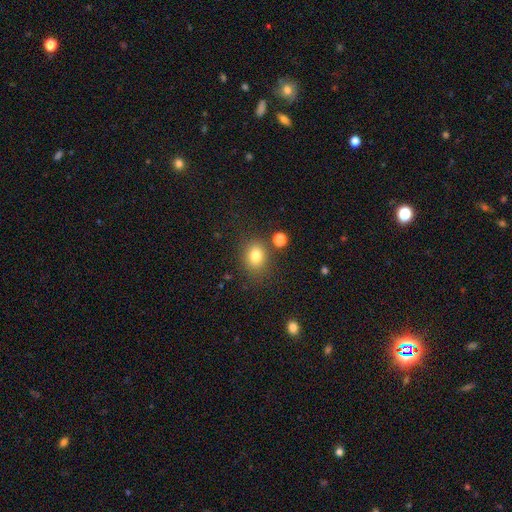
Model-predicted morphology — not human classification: This appears to be a smooth galaxy with no disk features (79%) that is round (56%). Merging: none (77%).